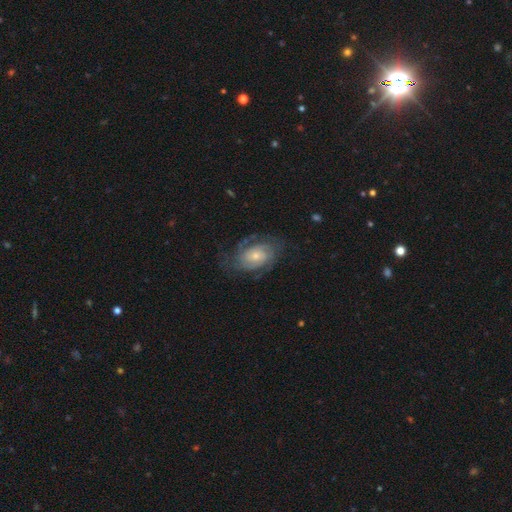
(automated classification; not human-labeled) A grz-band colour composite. It shows a featured or disk galaxy (80%) with no bar (69%), 2 (36%) tight (60%) spiral arms (94%) and a small central bulge (52%). Merging: none (68%).